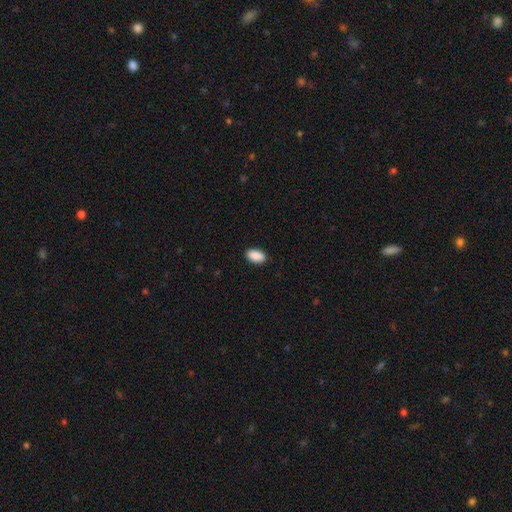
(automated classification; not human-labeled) smooth 91%, star or artifact 7%, featured or disk 3%. Down the decision tree: how rounded — in between (94%); merging — none (89%).